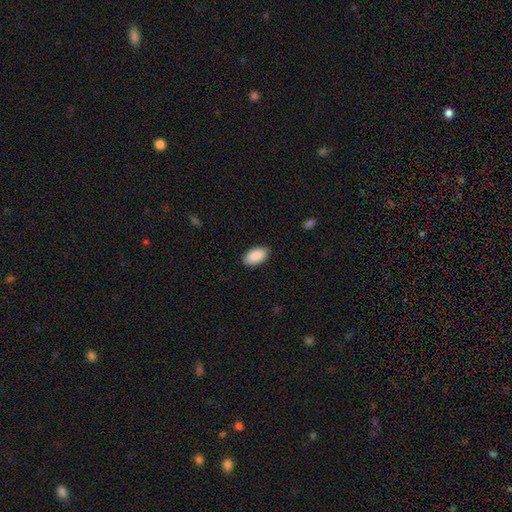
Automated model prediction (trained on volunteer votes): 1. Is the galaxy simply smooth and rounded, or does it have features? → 90% smooth, 6% star or artifact, 4% featured or disk.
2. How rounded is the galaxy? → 95% in between, 3% round, 2% cigar-shaped.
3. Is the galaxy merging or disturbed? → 86% none, 11% minor disturbance, 2% major disturbance, 1% merger.